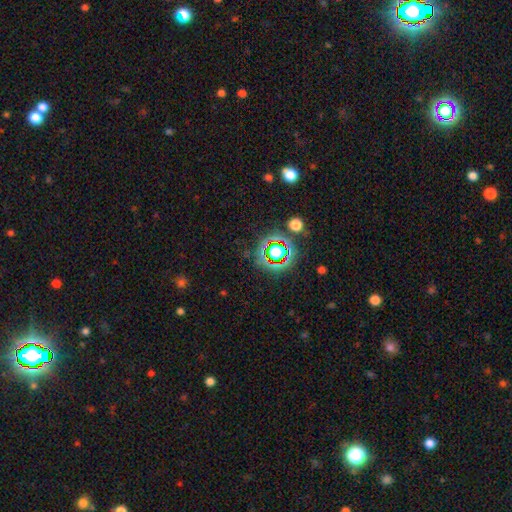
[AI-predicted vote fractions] Smooth or featured? Predicted: star or artifact (p=0.77).